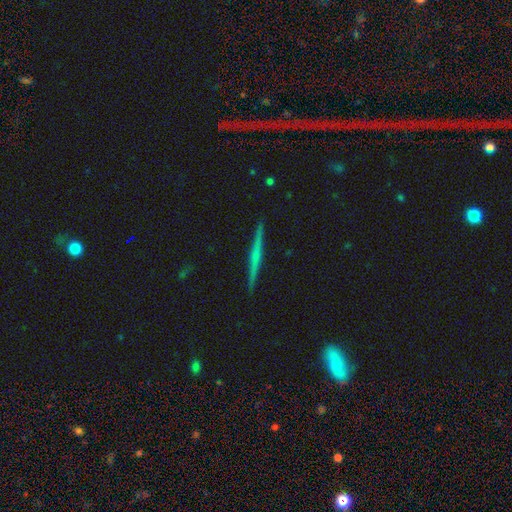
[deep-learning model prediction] Smooth or featured?
  - featured or disk: 63% *
  - smooth: 31%
  - star or artifact: 6%
Edge-on disk?
  - yes: 98% *
  - no: 2%
Edge-on bulge?
  - none: 65% *
  - rounded: 24%
  - boxy: 10%
Merging?
  - none: 92% *
  - minor disturbance: 6%
  - major disturbance: 1%
  - merger: 1%